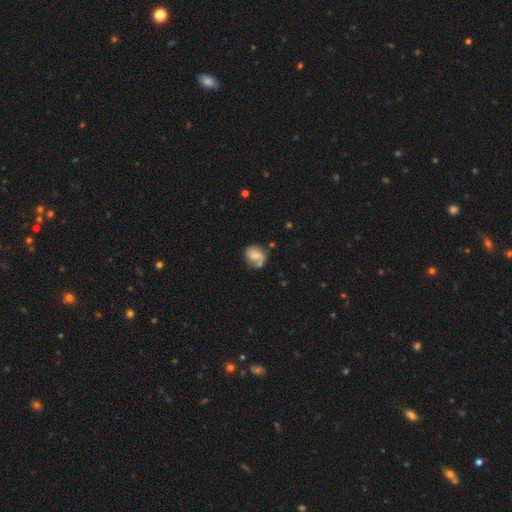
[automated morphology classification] This is possibly a smooth galaxy (49%). Merging: possibly none (53%).